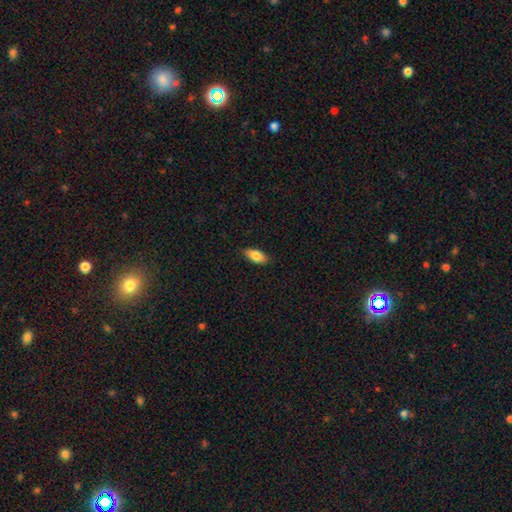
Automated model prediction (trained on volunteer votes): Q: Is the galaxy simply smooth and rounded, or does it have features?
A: smooth — 82%.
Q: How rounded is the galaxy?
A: in between — 87%.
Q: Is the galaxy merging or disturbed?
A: none — 85%.